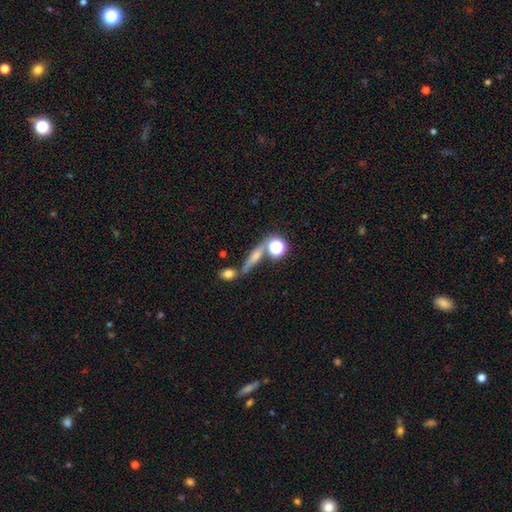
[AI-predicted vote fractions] This appears to be a smooth galaxy with no disk features (46%). Merging: none (64%).